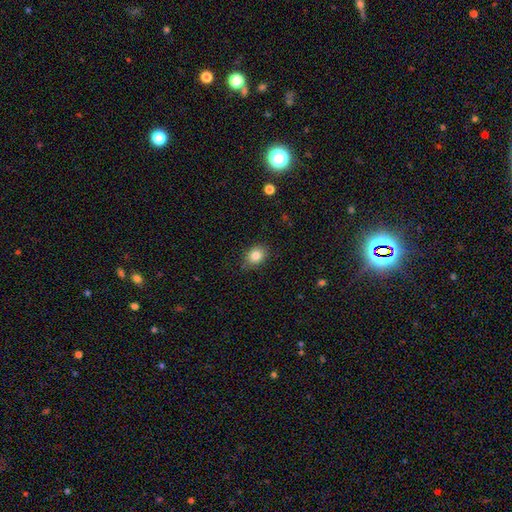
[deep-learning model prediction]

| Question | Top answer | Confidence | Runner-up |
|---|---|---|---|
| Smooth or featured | smooth | 85% | star or artifact (9%) |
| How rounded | round | 50% | in between (49%) |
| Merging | none | 84% | minor disturbance (12%) |